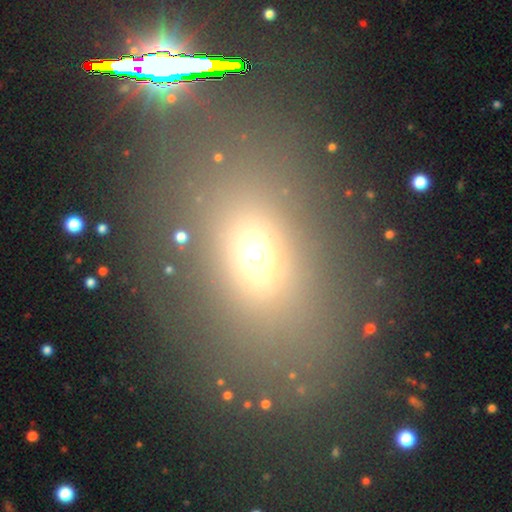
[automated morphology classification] A smooth galaxy with no disk features (65%) that is in between round and cigar-shaped (69%).

Vote fractions:
- Smooth or featured? smooth: 65% / star or artifact: 21% / featured or disk: 13%
- How rounded? in between: 69% / round: 26% / cigar-shaped: 5%
- Merging? none: 72% / minor disturbance: 12% / major disturbance: 9% / merger: 7%